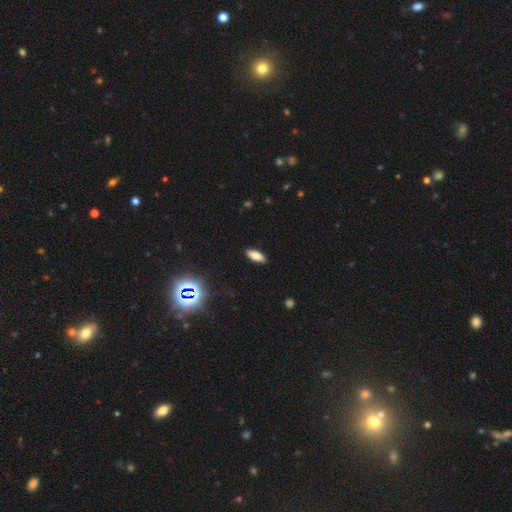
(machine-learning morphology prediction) Smooth or featured?
  - smooth: 76% *
  - star or artifact: 12%
  - featured or disk: 12%
How rounded?
  - in between: 76% *
  - cigar-shaped: 21%
  - round: 3%
Merging?
  - none: 88% *
  - minor disturbance: 9%
  - major disturbance: 2%
  - merger: 1%